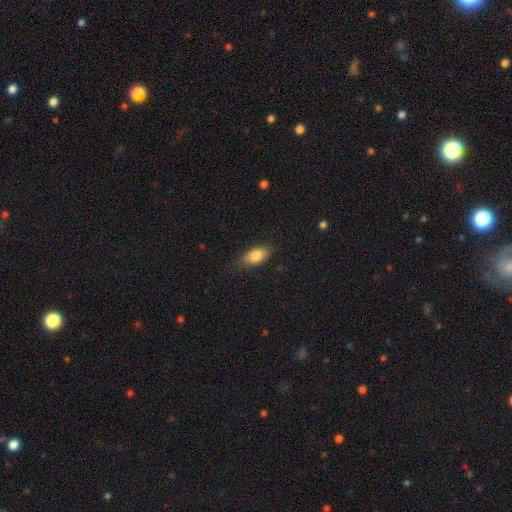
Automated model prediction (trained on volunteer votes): Q: Smooth or featured?
A: smooth (82%); runner-up: featured or disk (10%)
Q: How rounded?
A: in between (89%); runner-up: round (6%)
Q: Merging?
A: none (80%); runner-up: minor disturbance (16%)